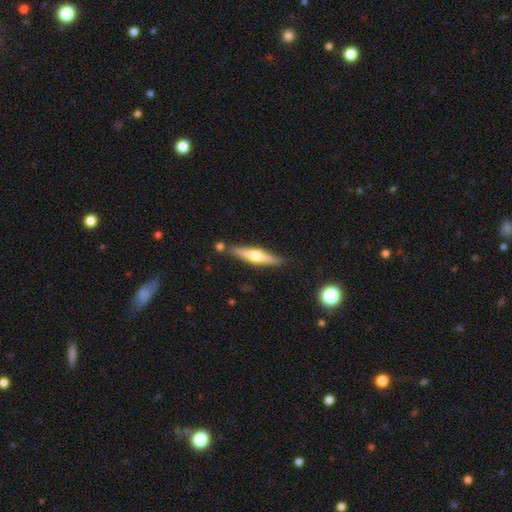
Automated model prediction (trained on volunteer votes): Smooth or featured?
  - featured or disk: 59% *
  - smooth: 36%
  - star or artifact: 6%
Edge-on disk?
  - yes: 96% *
  - no: 4%
Edge-on bulge?
  - rounded: 91% *
  - boxy: 5%
  - none: 4%
Merging?
  - none: 83% *
  - minor disturbance: 10%
  - merger: 5%
  - major disturbance: 2%